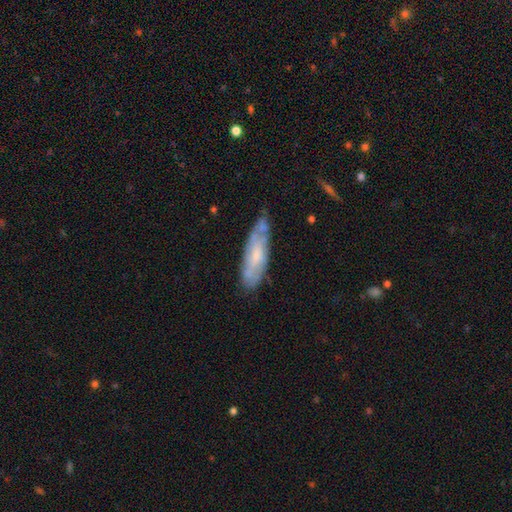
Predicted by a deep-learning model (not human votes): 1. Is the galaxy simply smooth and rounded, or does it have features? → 52% featured or disk, 41% smooth, 7% star or artifact.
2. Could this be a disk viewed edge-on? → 69% no, 31% yes.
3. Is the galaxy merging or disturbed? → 59% none, 29% minor disturbance, 7% major disturbance, 4% merger.